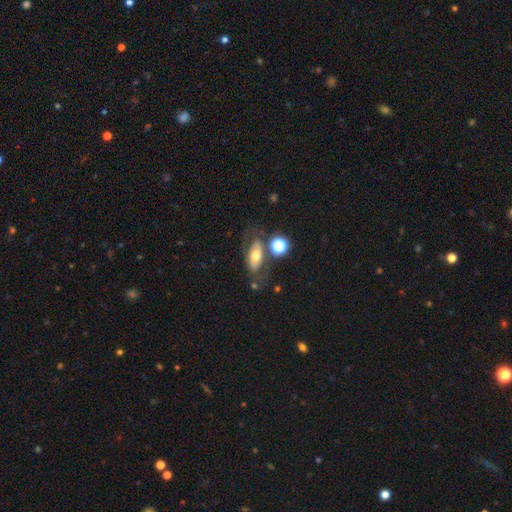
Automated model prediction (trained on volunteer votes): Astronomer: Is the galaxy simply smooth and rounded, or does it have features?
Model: smooth — 50% (runner-up: featured or disk, 40%).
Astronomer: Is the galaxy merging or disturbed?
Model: none — 57%.